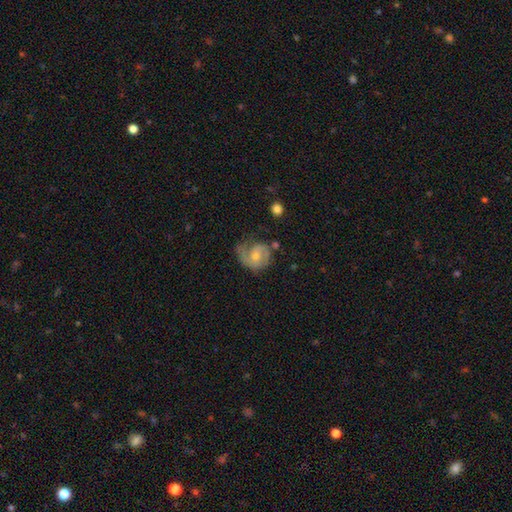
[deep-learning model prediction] smooth_or_featured: featured or disk (p=0.71) [alt: smooth p=0.21]
disk_edge_on: no (p=0.97) [alt: yes p=0.03]
bar: no (p=0.67) [alt: weak p=0.28]
has_spiral_arms: yes (p=0.89) [alt: no p=0.11]
spiral_winding: tight (p=0.42) [alt: medium p=0.40]
spiral_arm_count: 2 (p=0.51) [alt: 1 p=0.25]
bulge_size: small (p=0.50) [alt: moderate p=0.44]
merging: none (p=0.51) [alt: minor disturbance p=0.26]